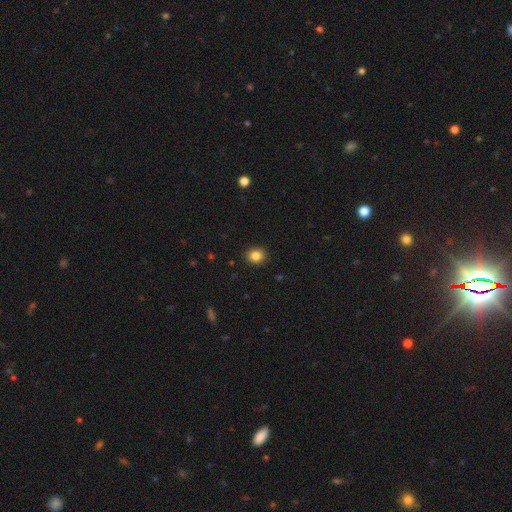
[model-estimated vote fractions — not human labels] Smooth or featured?
  - smooth: 85% *
  - star or artifact: 10%
  - featured or disk: 5%
How rounded?
  - round: 76% *
  - in between: 23%
  - cigar-shaped: 1%
Merging?
  - none: 91% *
  - minor disturbance: 6%
  - major disturbance: 2%
  - merger: 1%